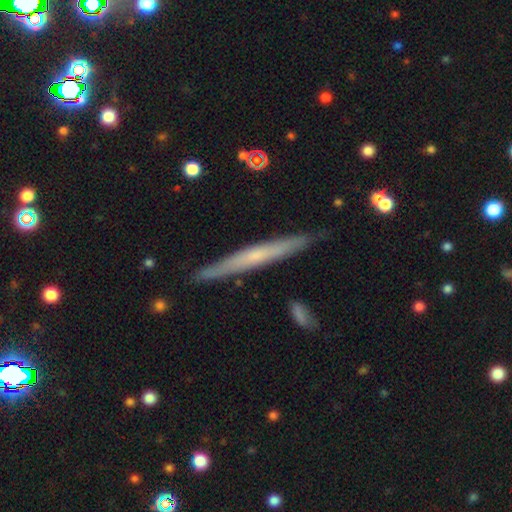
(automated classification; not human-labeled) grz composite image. It shows a featured or disk galaxy (56%) viewed edge-on (96%) with no central bulge (64%). Merging: none (88%).